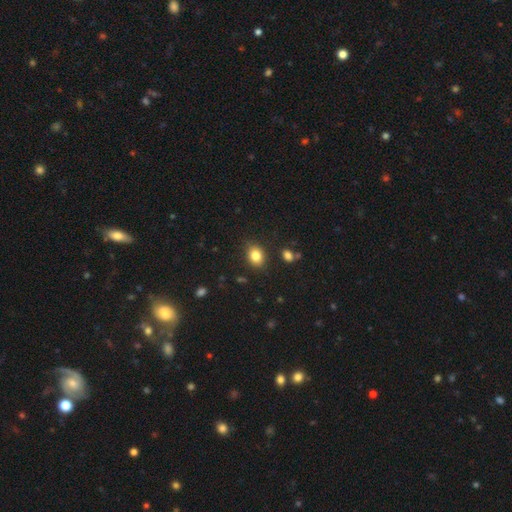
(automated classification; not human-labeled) A smooth galaxy with no disk features (83%) that is in between round and cigar-shaped (63%).

Vote fractions:
- Smooth or featured? smooth: 83% / star or artifact: 10% / featured or disk: 7%
- How rounded? in between: 63% / round: 36% / cigar-shaped: 1%
- Merging? none: 83% / minor disturbance: 12% / major disturbance: 3% / merger: 2%